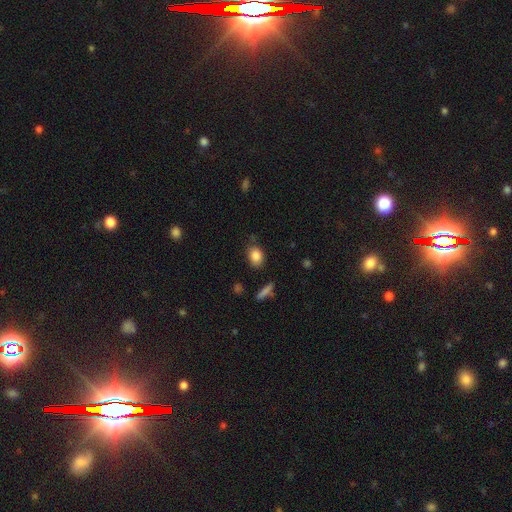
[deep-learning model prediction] The model was most divided on "how rounded": in between: 67%, round: 31%, cigar-shaped: 2%. More confident: smooth or featured — smooth (86%); merging — none (78%).